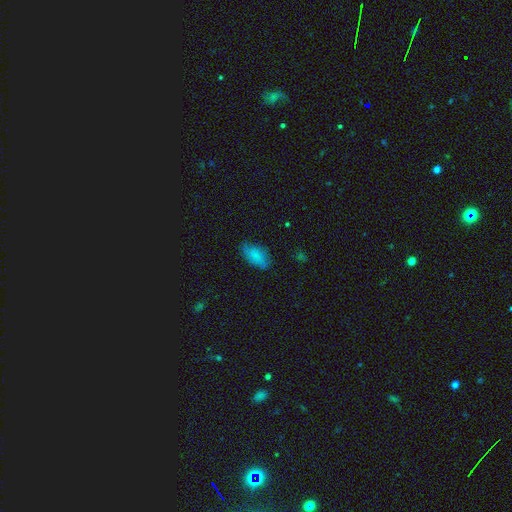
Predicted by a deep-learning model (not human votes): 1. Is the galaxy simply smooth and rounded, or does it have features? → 81% smooth, 12% featured or disk, 7% star or artifact.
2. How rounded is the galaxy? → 92% in between, 5% cigar-shaped, 3% round.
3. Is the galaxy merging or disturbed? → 73% none, 21% minor disturbance, 4% major disturbance, 1% merger.